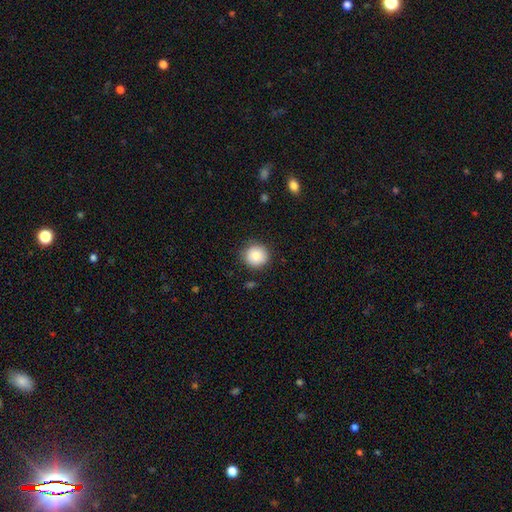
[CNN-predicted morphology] Q: Smooth or featured?
A: smooth (85%); runner-up: star or artifact (8%)
Q: How rounded?
A: round (92%); runner-up: in between (7%)
Q: Merging?
A: none (86%); runner-up: minor disturbance (10%)